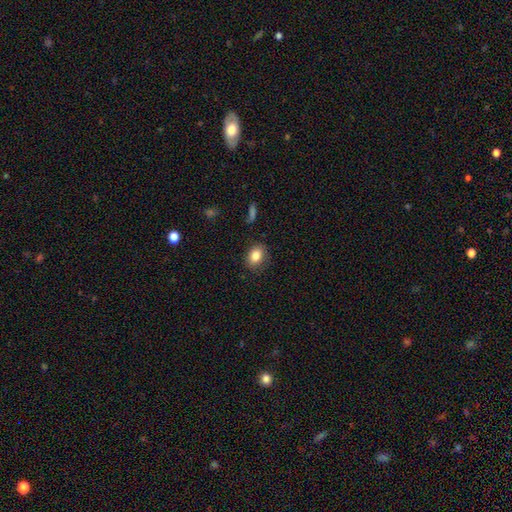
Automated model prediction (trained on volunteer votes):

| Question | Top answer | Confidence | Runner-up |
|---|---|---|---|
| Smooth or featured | smooth | 83% | star or artifact (9%) |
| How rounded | in between | 72% | round (27%) |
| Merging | none | 85% | minor disturbance (11%) |